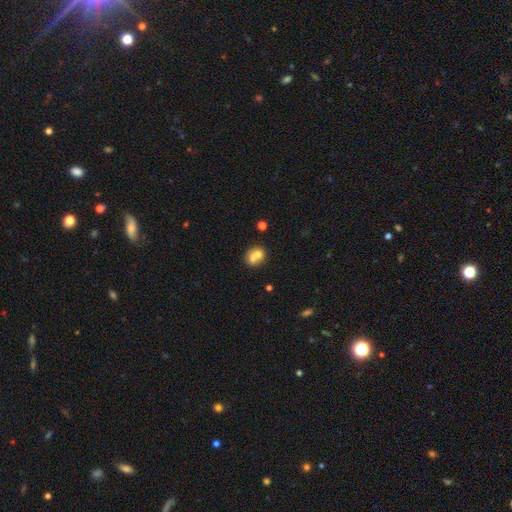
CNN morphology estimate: Smooth or featured?
  - smooth: 68% *
  - featured or disk: 22%
  - star or artifact: 10%
How rounded?
  - round: 60% *
  - in between: 39%
  - cigar-shaped: 1%
Merging?
  - merger: 57% *
  - none: 31%
  - minor disturbance: 9%
  - major disturbance: 4%